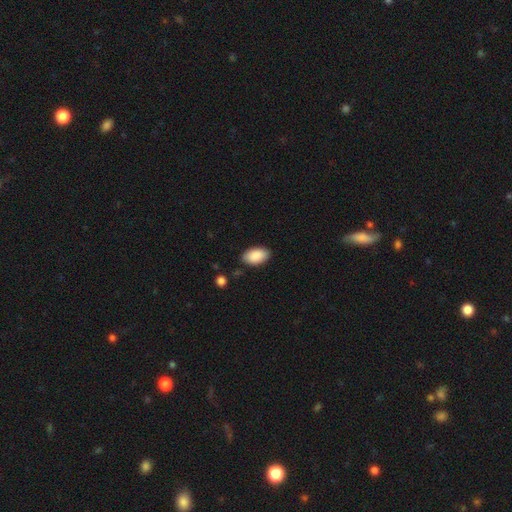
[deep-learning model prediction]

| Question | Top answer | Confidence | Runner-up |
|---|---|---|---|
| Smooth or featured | smooth | 90% | star or artifact (6%) |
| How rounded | in between | 95% | round (4%) |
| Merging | none | 85% | minor disturbance (11%) |